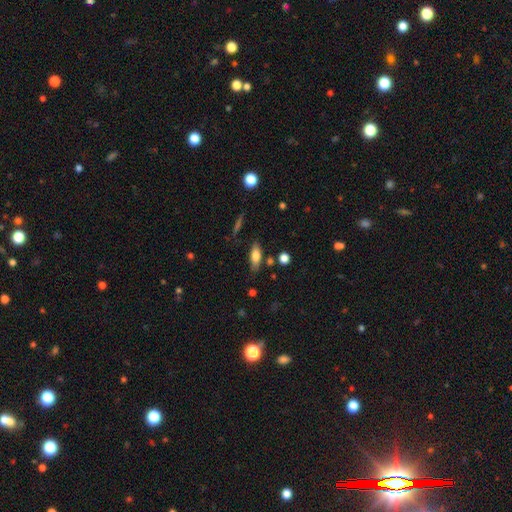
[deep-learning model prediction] This appears to be a smooth galaxy with no disk features (74%) that is in between round and cigar-shaped (69%). Merging: none (75%).